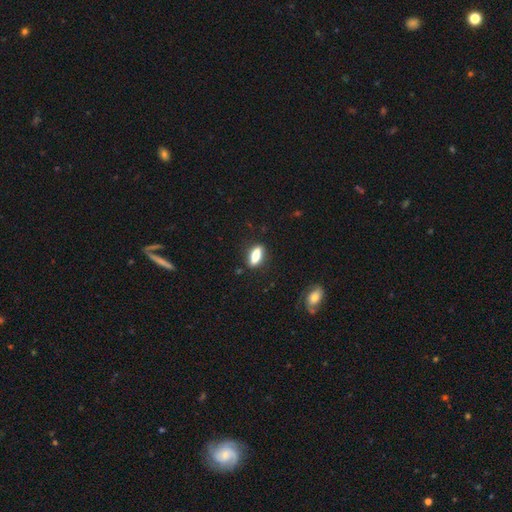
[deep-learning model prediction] Smooth or featured? Predicted: smooth (p=0.76). How rounded? Predicted: in between (p=0.64). Merging? Predicted: none (p=0.82).